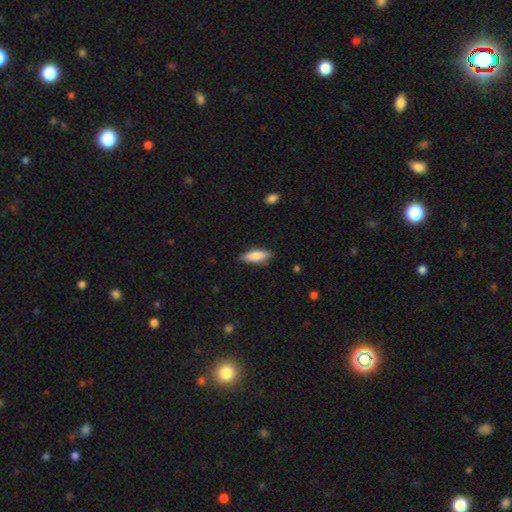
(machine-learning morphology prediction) Smooth or featured: smooth — 81% (featured or disk — 13%)
How rounded: in between — 61% (cigar-shaped — 37%)
Merging: none — 82% (minor disturbance — 14%)